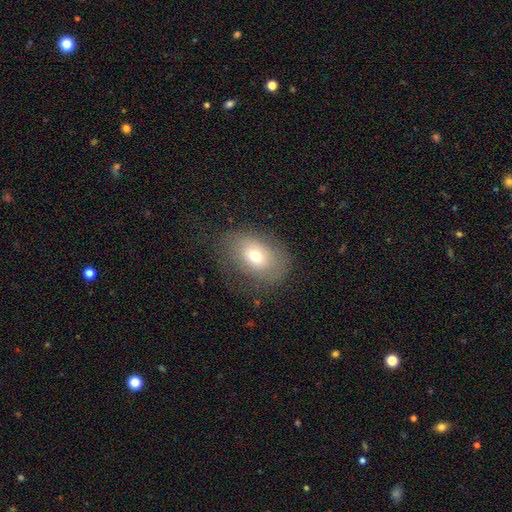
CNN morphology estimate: The model was most divided on "smooth or featured": smooth: 66%, featured or disk: 22%, star or artifact: 12%. More confident: how rounded — in between (73%); merging — none (68%).